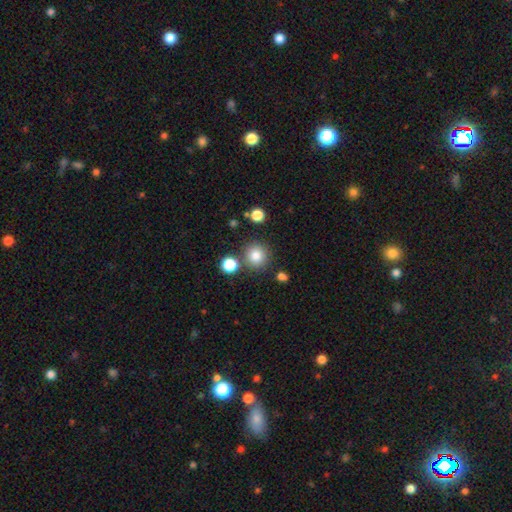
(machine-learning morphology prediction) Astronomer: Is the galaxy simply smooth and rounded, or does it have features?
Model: smooth — 81%.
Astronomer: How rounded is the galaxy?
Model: round — 93%.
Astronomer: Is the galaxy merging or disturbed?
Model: none — 81%.